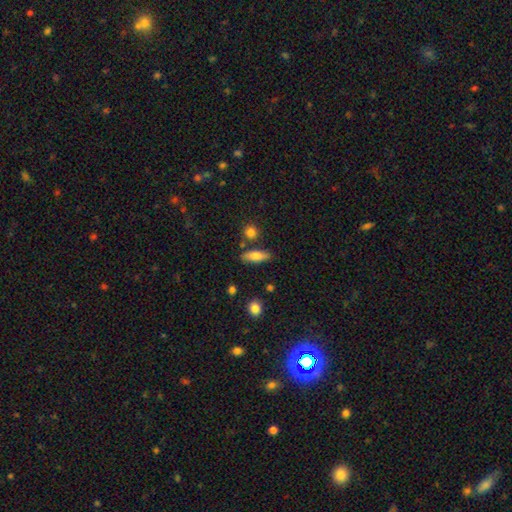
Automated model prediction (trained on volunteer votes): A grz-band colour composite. It shows a smooth galaxy with no disk features (79%) that is in between round and cigar-shaped (66%). Merging: none (78%).